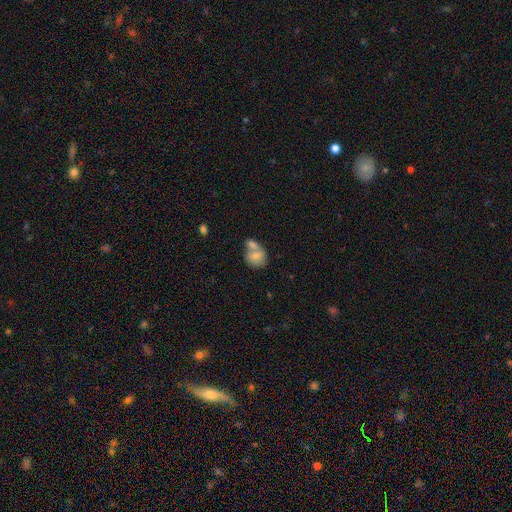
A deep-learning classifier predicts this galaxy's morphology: The model was most divided on "how rounded": round: 56%, in between: 42%, cigar-shaped: 1%. More confident: smooth or featured — smooth (73%); merging — merger (55%).